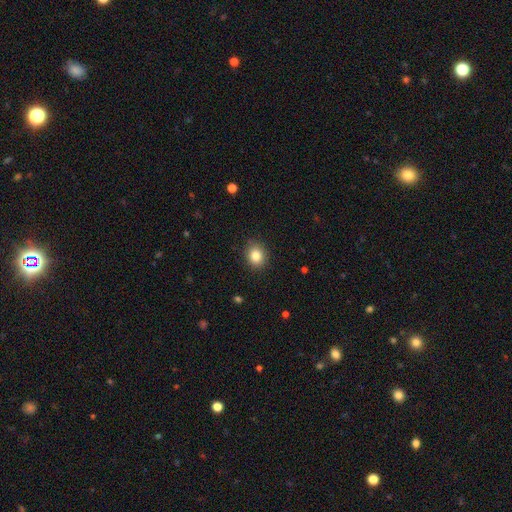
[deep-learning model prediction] Overall: smooth (83%). How rounded: round (68%; in between 31%). Merging: none (89%).